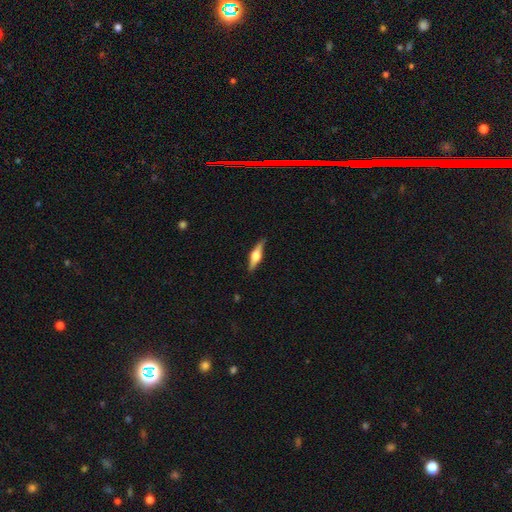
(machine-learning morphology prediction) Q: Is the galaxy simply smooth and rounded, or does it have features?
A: featured or disk — 67%.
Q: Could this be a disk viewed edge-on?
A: yes — 97%.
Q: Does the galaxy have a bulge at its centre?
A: rounded — 91%.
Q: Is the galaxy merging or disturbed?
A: none — 87%.